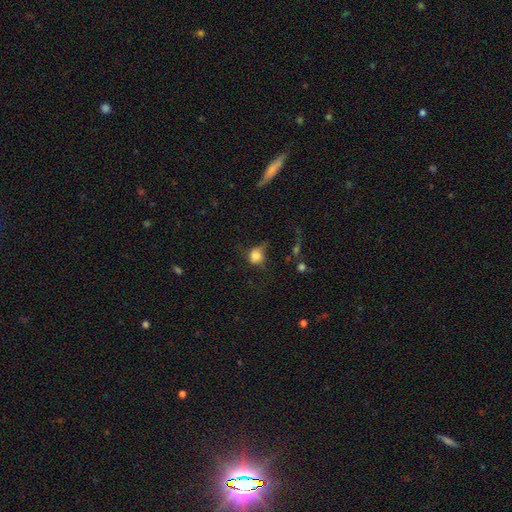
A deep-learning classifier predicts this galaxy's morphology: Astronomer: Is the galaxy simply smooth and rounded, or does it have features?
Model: smooth — 75%.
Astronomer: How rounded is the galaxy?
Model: round — 65%.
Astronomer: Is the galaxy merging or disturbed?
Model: none — 36% (runner-up: major disturbance, 30%).